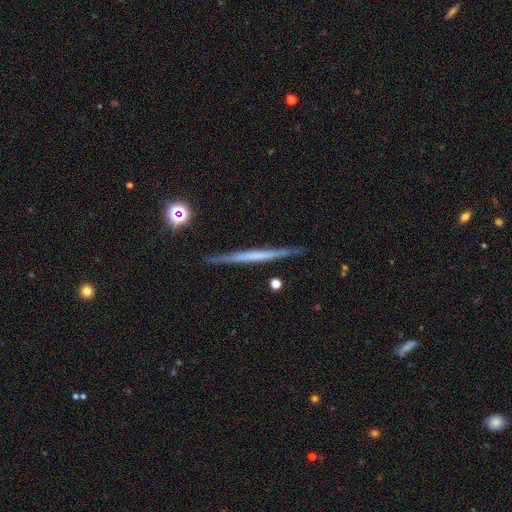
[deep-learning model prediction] This is likely a featured or disk galaxy (62%). It is clearly viewed edge-on (97%). Edge-on bulge: clearly none (84%). Merging: clearly none (89%).